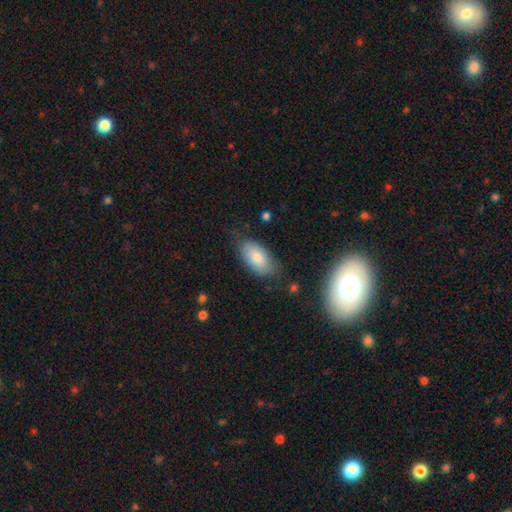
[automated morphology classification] Smooth or featured? Predicted: smooth (p=0.78). How rounded? Predicted: in between (p=0.94). Merging? Predicted: none (p=0.72).